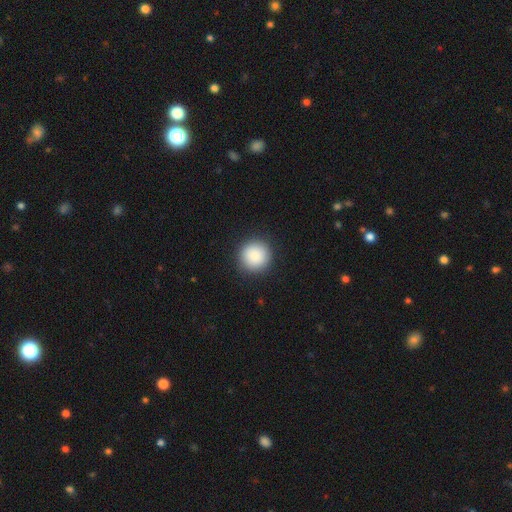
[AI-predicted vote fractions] Overall: smooth (87%). How rounded: round (95%). Merging: none (92%).